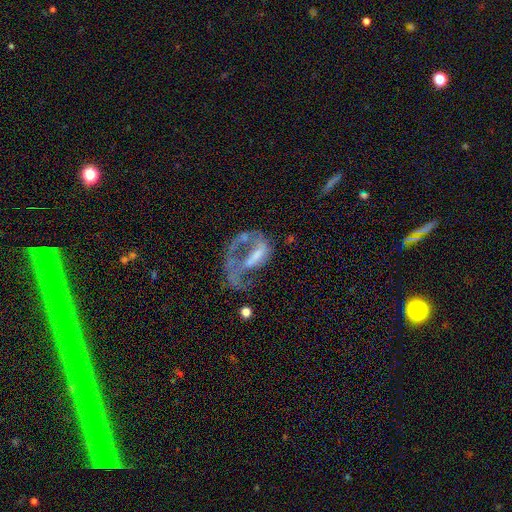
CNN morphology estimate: Q: Smooth or featured?
A: featured or disk (68%); runner-up: smooth (19%)
Q: Edge-on disk?
A: no (96%); runner-up: yes (4%)
Q: Bar?
A: no (56%); runner-up: weak (28%)
Q: Spiral arms?
A: no (55%); runner-up: yes (45%)
Q: Bulge size?
A: none (43%); runner-up: small (27%)
Q: Merging?
A: major disturbance (52%); runner-up: none (23%)